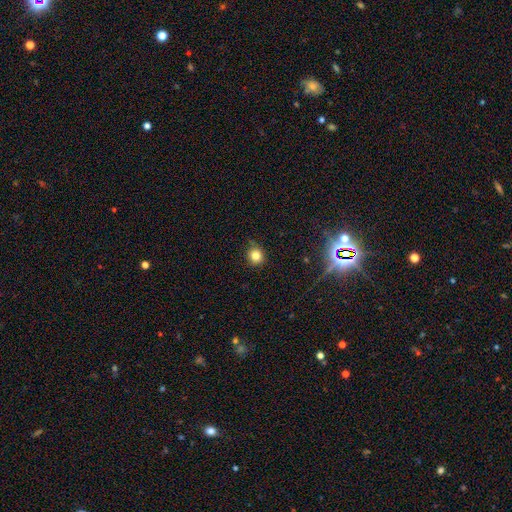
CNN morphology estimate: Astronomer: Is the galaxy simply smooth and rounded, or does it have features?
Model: smooth — 81%.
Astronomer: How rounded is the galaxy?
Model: round — 89%.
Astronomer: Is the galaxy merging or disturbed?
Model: none — 80%.